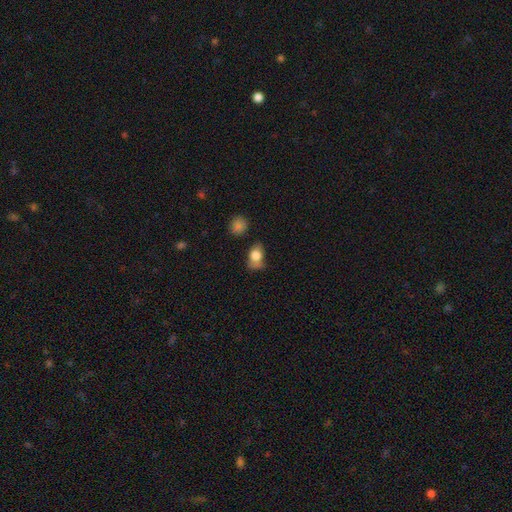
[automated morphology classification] type=smooth (77%); roundness=in between (77%); merging=none (43%).